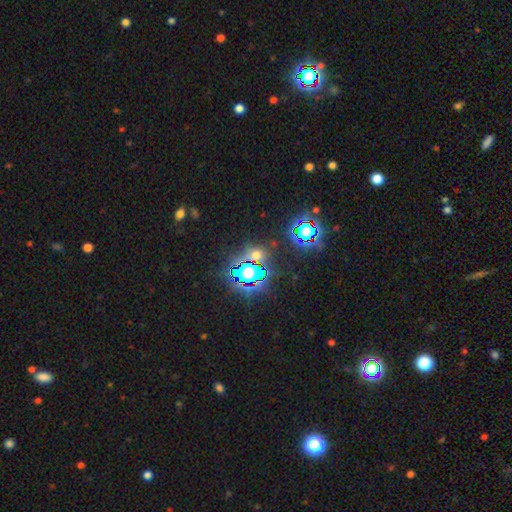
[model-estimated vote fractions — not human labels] A star or artifact, not a galaxy (60%).